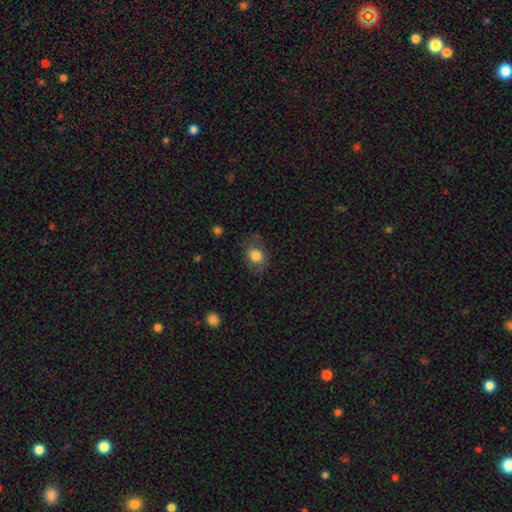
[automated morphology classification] The model was most divided on "how rounded": in between: 51%, round: 48%, cigar-shaped: 1%. More confident: smooth or featured — smooth (77%); merging — none (70%).